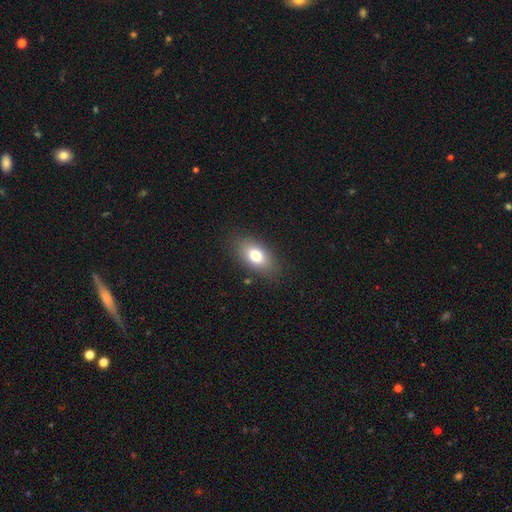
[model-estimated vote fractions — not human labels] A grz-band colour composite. It shows a smooth galaxy with no disk features (76%) that is in between round and cigar-shaped (87%). Merging: none (84%).